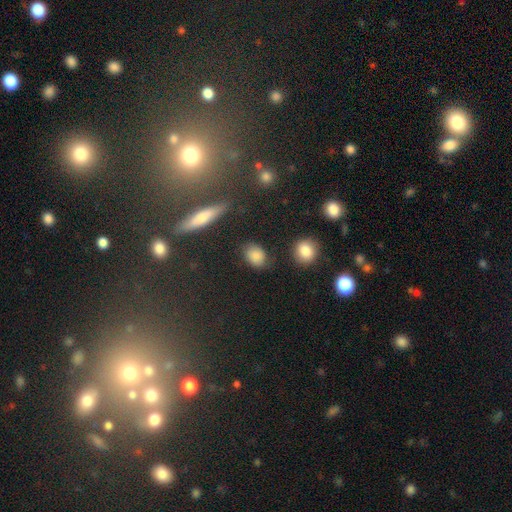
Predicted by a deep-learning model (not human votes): Smooth or featured: smooth — 80% (star or artifact — 12%)
How rounded: in between — 65% (round — 33%)
Merging: none — 74% (minor disturbance — 17%)